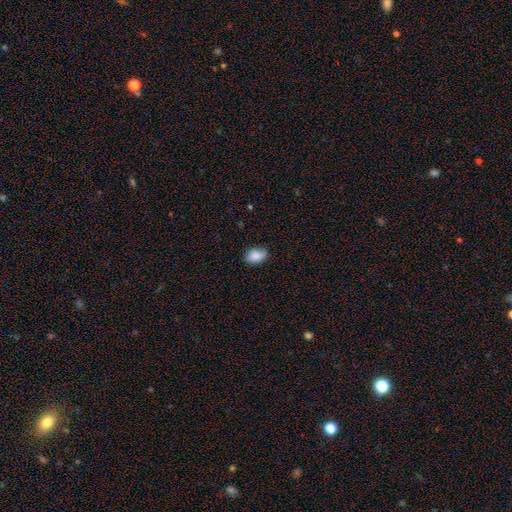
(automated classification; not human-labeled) Smooth or featured? Predicted: smooth (p=0.85). How rounded? Predicted: in between (p=0.89). Merging? Predicted: none (p=0.81).